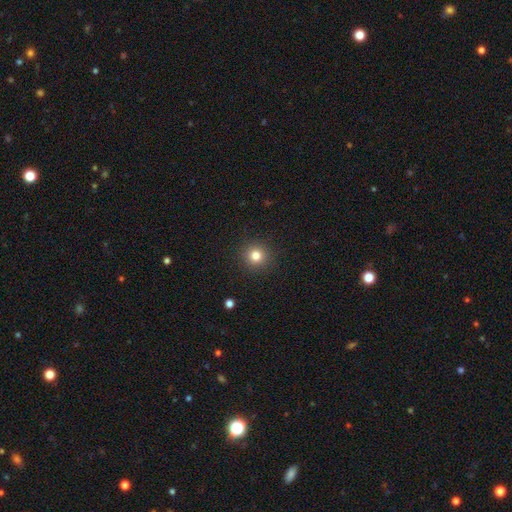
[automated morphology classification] Smooth or featured?
  - smooth: 80% *
  - star or artifact: 13%
  - featured or disk: 6%
How rounded?
  - round: 94% *
  - in between: 5%
  - cigar-shaped: 1%
Merging?
  - none: 92% *
  - minor disturbance: 5%
  - major disturbance: 2%
  - merger: 1%